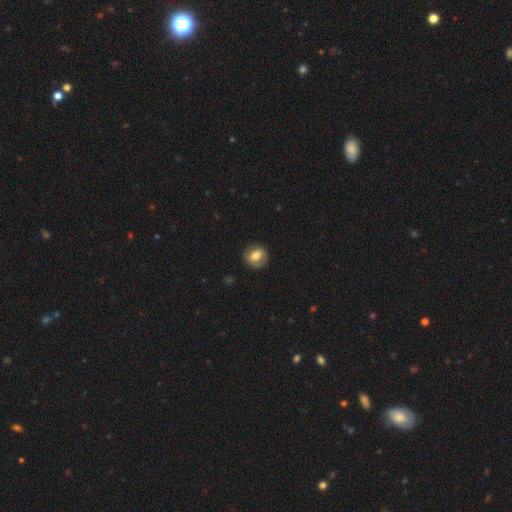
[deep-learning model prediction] smooth-or-featured: smooth: 68% | featured or disk: 24% | star or artifact: 8%
  how-rounded: round: 80% | in between: 19% | cigar-shaped: 1%
  merging: none: 87% | minor disturbance: 9% | major disturbance: 3% | merger: 1%